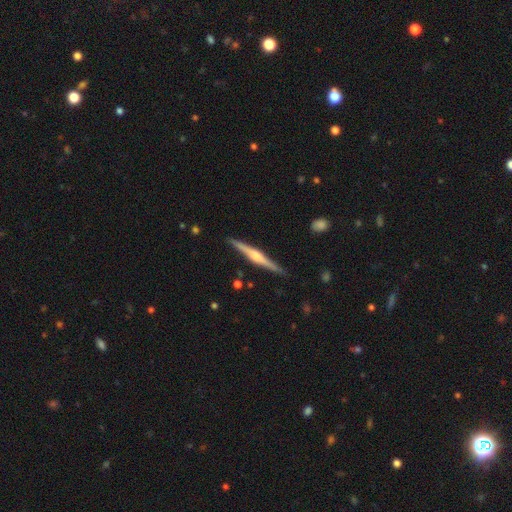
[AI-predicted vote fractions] Morphology: type=featured or disk (79%); edge-on=yes (98%); edge-on bulge=rounded (82%); merging=none (90%).